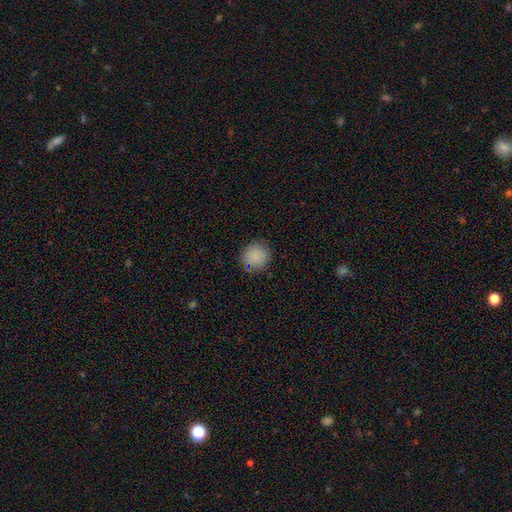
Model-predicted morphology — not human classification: Smooth or featured?
  - smooth: 86% *
  - star or artifact: 10%
  - featured or disk: 4%
How rounded?
  - round: 92% *
  - in between: 7%
  - cigar-shaped: 1%
Merging?
  - none: 86% *
  - minor disturbance: 9%
  - major disturbance: 3%
  - merger: 2%